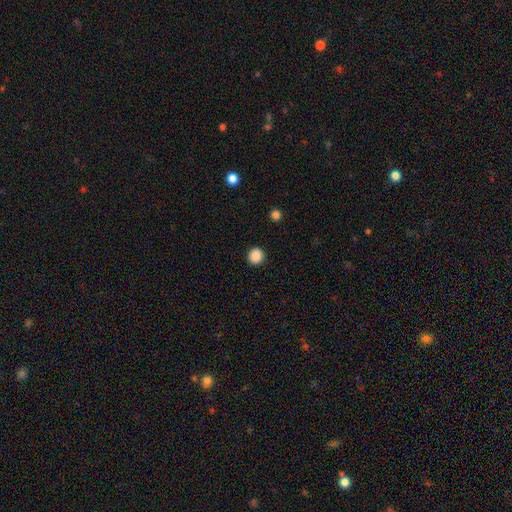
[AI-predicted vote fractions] The model was most divided on "smooth or featured": smooth: 88%, star or artifact: 10%, featured or disk: 2%. More confident: how rounded — round (93%); merging — none (92%).